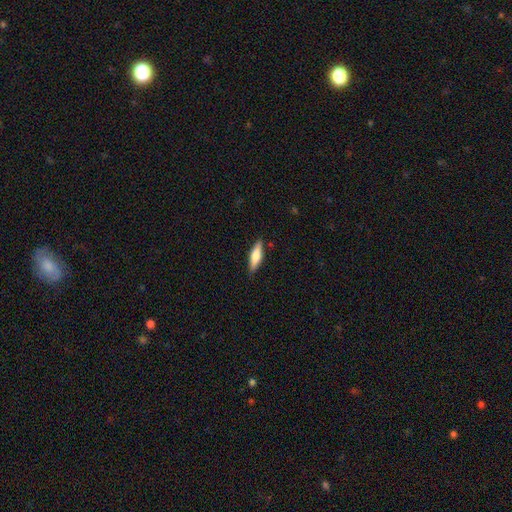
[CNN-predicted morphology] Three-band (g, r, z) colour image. It shows a smooth galaxy with no disk features (65%) that is cigar-shaped (58%). Merging: none (87%).